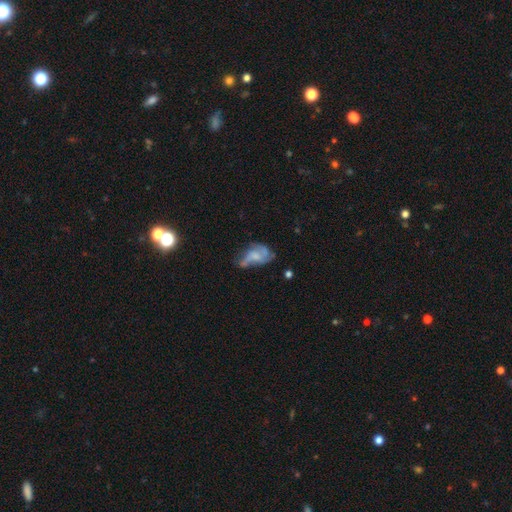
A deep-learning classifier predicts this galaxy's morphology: smooth-or-featured: featured or disk: 58% | smooth: 33% | star or artifact: 9%
  disk-edge-on: no: 96% | yes: 4%
    bar: no: 71% | weak: 24% | strong: 5%
    has-spiral-arms: yes: 64% | no: 36%
    bulge-size: none: 33% | small: 31% | moderate: 28% | large: 6% | dominant: 2%
  merging: none: 33% (tied) | major disturbance: 33% (tied) | minor disturbance: 27% | merger: 8%